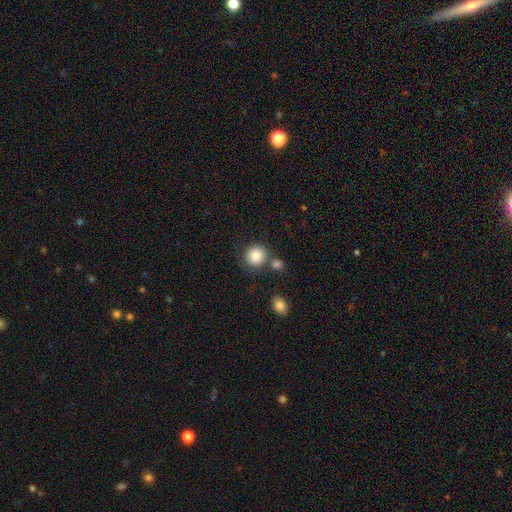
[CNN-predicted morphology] A smooth galaxy with no disk features (83%) that is round (91%).

Vote fractions:
- Smooth or featured? smooth: 83% / star or artifact: 9% / featured or disk: 7%
- How rounded? round: 91% / in between: 8% / cigar-shaped: 1%
- Merging? none: 76% / merger: 12% / minor disturbance: 9% / major disturbance: 3%